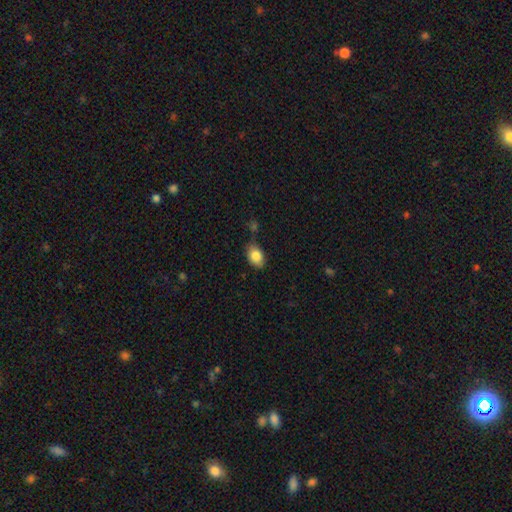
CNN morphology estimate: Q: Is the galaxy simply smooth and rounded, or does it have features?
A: smooth — 84%.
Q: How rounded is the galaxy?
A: in between — 81%.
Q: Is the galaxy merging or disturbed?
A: none — 66%.